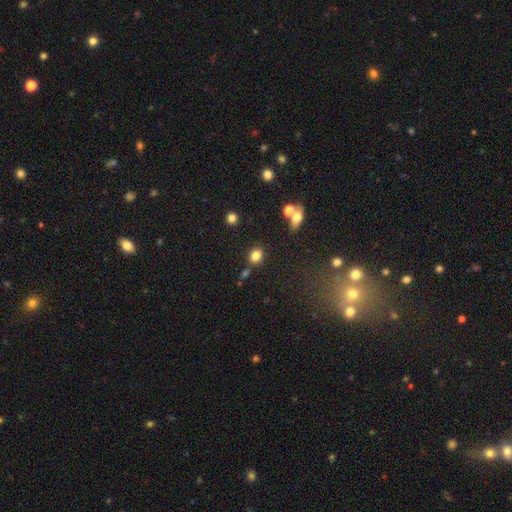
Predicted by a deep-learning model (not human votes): A smooth galaxy with no disk features (81%) that is round (69%).

Vote fractions:
- Smooth or featured? smooth: 81% / star or artifact: 12% / featured or disk: 7%
- How rounded? round: 69% / in between: 29% / cigar-shaped: 1%
- Merging? none: 75% / merger: 11% / minor disturbance: 11% / major disturbance: 3%